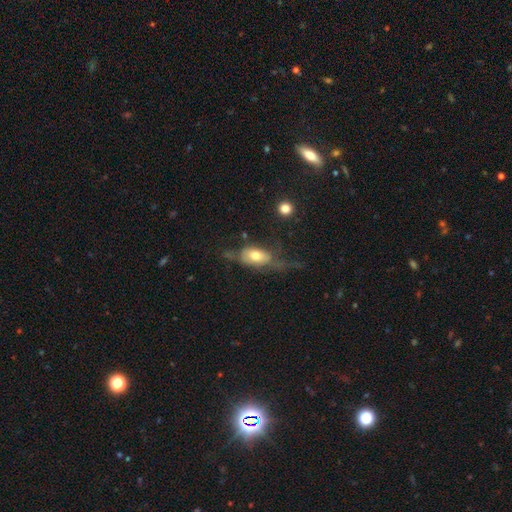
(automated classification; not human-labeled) Q: Smooth or featured?
A: smooth (61%); runner-up: featured or disk (32%)
Q: How rounded?
A: in between (86%); runner-up: cigar-shaped (8%)
Q: Merging?
A: major disturbance (47%); runner-up: none (25%)